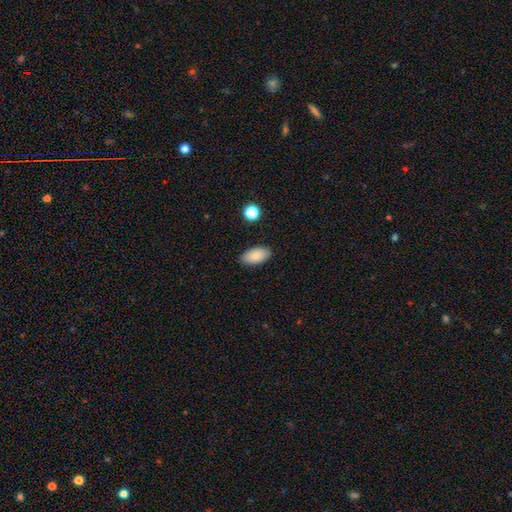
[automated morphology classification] Overall: smooth (87%). How rounded: in between (93%). Merging: none (88%).